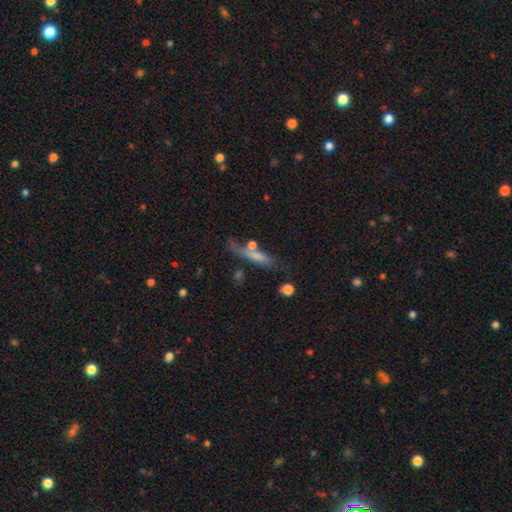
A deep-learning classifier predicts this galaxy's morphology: A smooth galaxy with no disk features (58%) that is cigar-shaped (79%). Merging: none (51%).